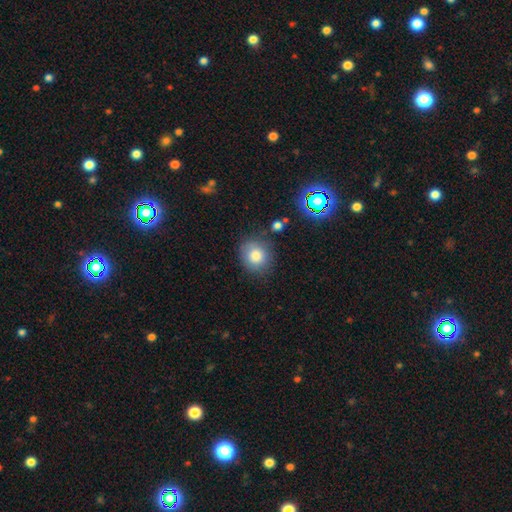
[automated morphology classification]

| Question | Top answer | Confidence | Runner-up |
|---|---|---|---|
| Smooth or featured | smooth | 81% | star or artifact (10%) |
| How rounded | round | 83% | in between (16%) |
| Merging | none | 78% | minor disturbance (15%) |